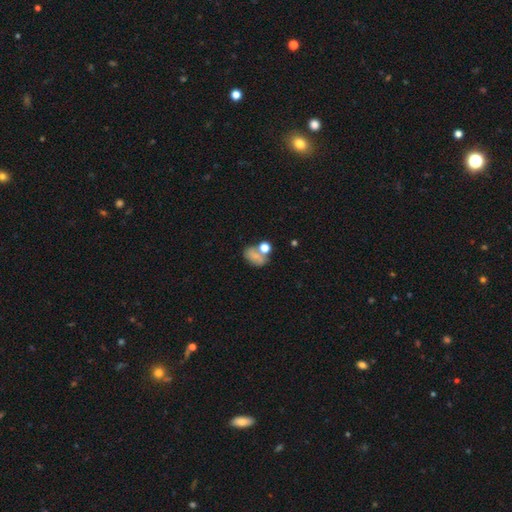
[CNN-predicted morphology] Smooth or featured?
  - smooth: 67% *
  - featured or disk: 18%
  - star or artifact: 15%
How rounded?
  - in between: 68% *
  - round: 31%
  - cigar-shaped: 2%
Merging?
  - none: 39% *
  - merger: 33%
  - minor disturbance: 17%
  - major disturbance: 11%